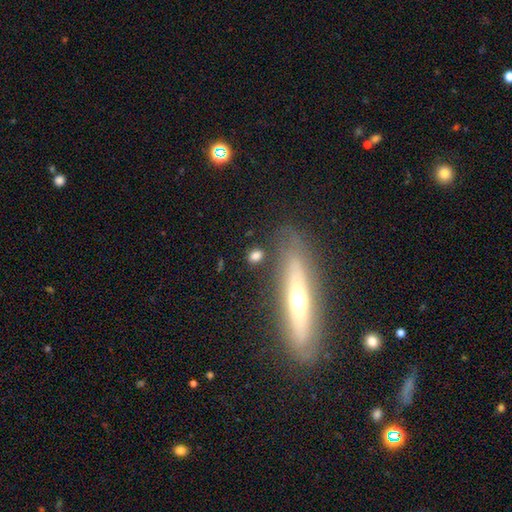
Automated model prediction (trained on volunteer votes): This is likely a smooth galaxy (74%). How rounded: possibly in between (54%). Merging: likely none (78%).